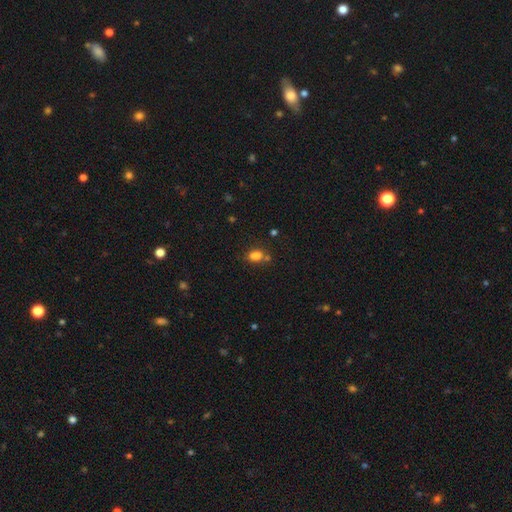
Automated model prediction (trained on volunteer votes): Smooth or featured?
  - smooth: 78% *
  - star or artifact: 14%
  - featured or disk: 8%
How rounded?
  - in between: 76% *
  - round: 20%
  - cigar-shaped: 4%
Merging?
  - none: 55% *
  - merger: 24%
  - minor disturbance: 15%
  - major disturbance: 6%